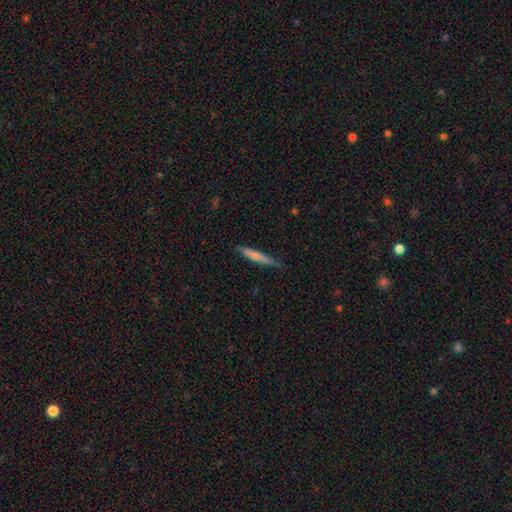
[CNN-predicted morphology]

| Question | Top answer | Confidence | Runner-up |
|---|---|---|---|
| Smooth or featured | smooth | 62% | featured or disk (32%) |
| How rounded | cigar-shaped | 94% | in between (4%) |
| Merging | none | 80% | minor disturbance (17%) |